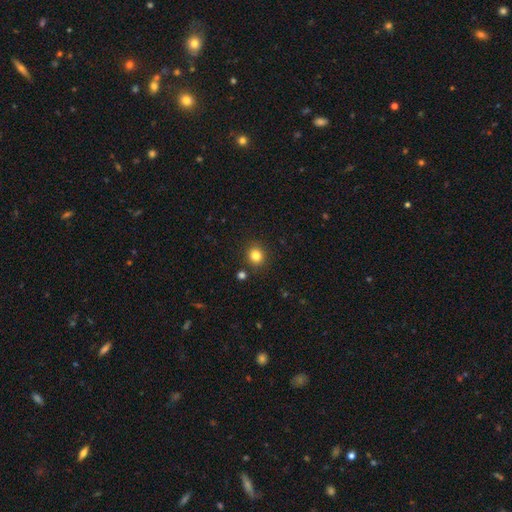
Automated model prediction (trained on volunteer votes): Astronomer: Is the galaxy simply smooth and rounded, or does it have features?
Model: smooth — 82%.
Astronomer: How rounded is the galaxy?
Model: round — 84%.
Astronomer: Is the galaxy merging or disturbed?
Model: none — 87%.